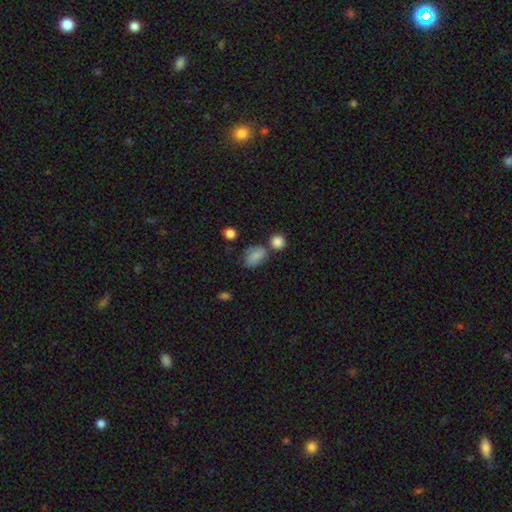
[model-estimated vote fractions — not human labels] A smooth galaxy with no disk features (75%) that is in between round and cigar-shaped (75%). Merging: none (51%).